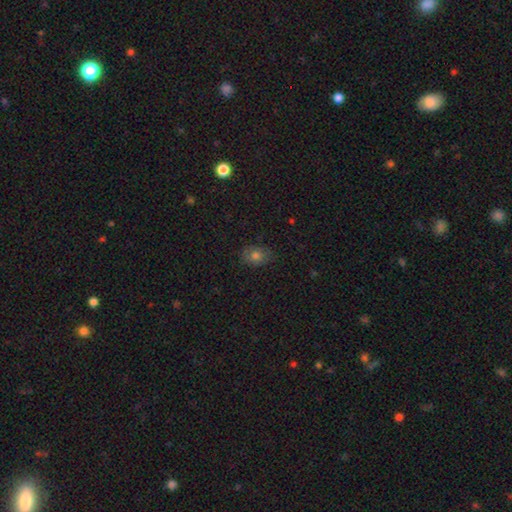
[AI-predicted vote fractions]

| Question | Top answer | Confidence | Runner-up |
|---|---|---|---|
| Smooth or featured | smooth | 76% | star or artifact (14%) |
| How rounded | in between | 62% | round (37%) |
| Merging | none | 80% | minor disturbance (16%) |